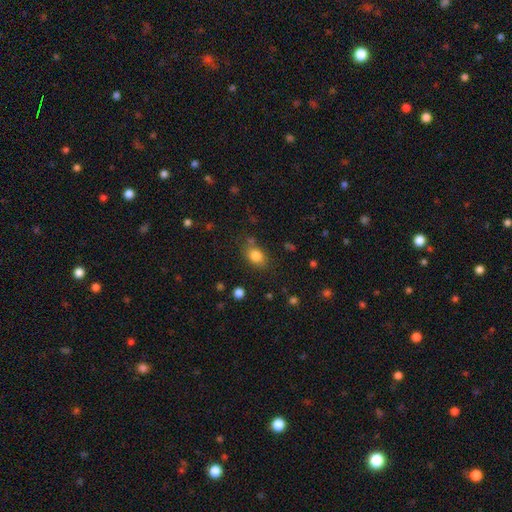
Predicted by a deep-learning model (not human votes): Smooth or featured? smooth (82%)
How rounded? in between (70%)
Merging? none (74%)